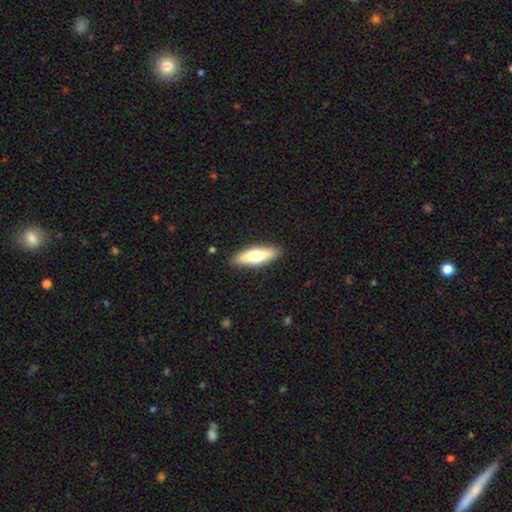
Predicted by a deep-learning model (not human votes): The model was most divided on "how rounded" (2-way tie): cigar-shaped: 49%, in between: 49%, round: 2%. More confident: merging — none (89%); smooth or featured — smooth (61%).